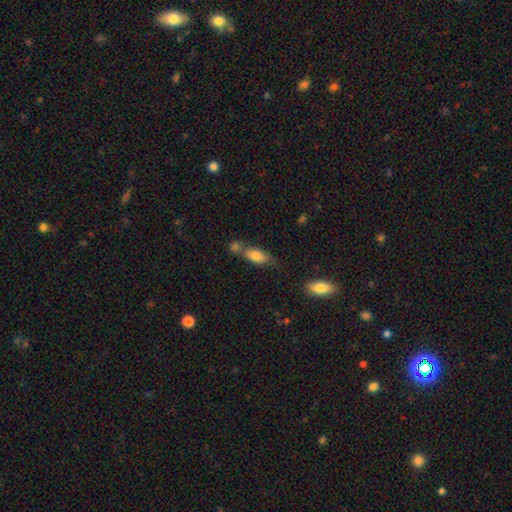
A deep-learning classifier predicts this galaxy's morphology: smooth-or-featured: smooth: 76% | featured or disk: 17% | star or artifact: 8%
  how-rounded: in between: 82% | cigar-shaped: 12% | round: 5%
  merging: none: 44% | merger: 32% | minor disturbance: 17% | major disturbance: 6%